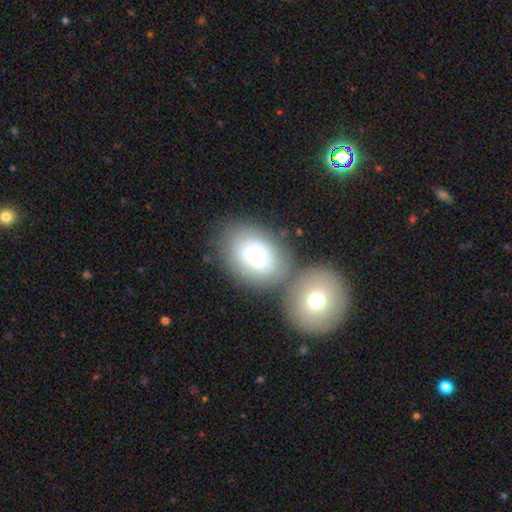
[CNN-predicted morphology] Smooth or featured? smooth (75%)
How rounded? in between (74%)
Merging? none (51%)